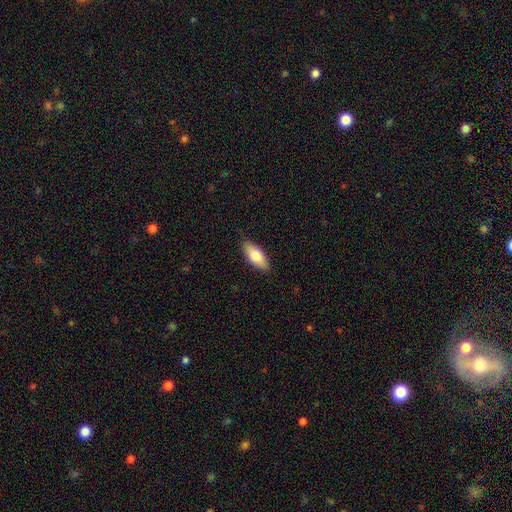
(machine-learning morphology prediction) smooth_or_featured: smooth (p=0.76) [alt: featured or disk p=0.18]
how_rounded: in between (p=0.82) [alt: cigar-shaped p=0.15]
merging: none (p=0.87) [alt: minor disturbance p=0.10]